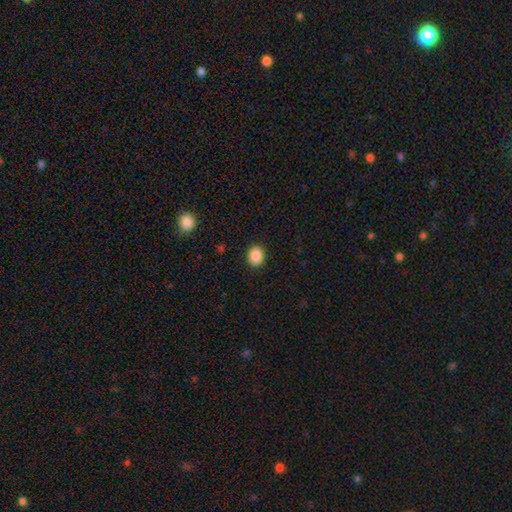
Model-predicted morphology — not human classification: A smooth galaxy with no disk features (88%) that is round (58%). Merging: none (91%).